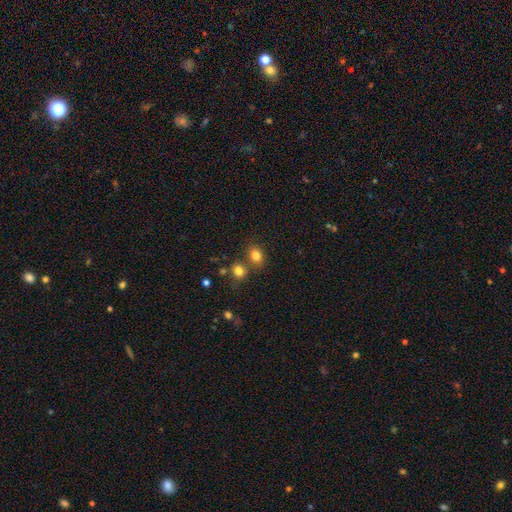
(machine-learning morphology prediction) Overall: smooth (81%). How rounded: in between (54%; round 45%). Merging: none (66%).